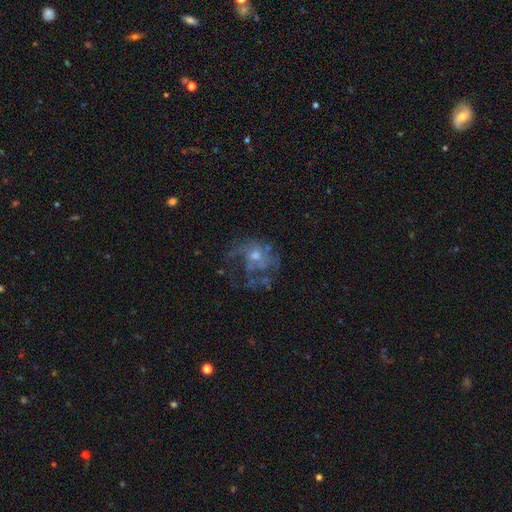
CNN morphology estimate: Smooth or featured? Predicted: featured or disk (p=0.64). Edge-on disk? Predicted: no (p=0.97). Bar? Predicted: no (p=0.82). Spiral arms? Predicted: yes (p=0.51). Bulge size? Predicted: moderate (p=0.47). Merging? Predicted: none (p=0.40).